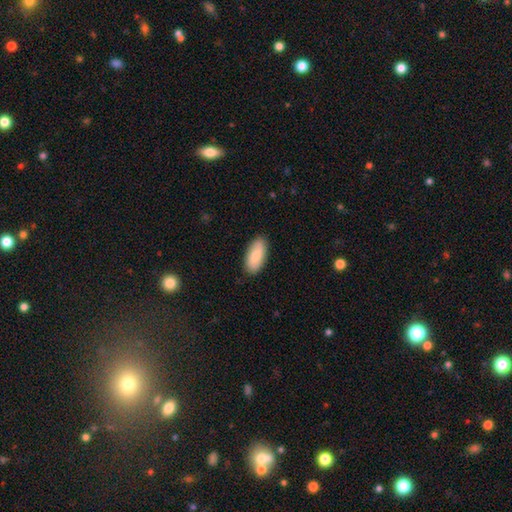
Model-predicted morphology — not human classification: Smooth or featured? Predicted: smooth (p=0.84). How rounded? Predicted: in between (p=0.89). Merging? Predicted: none (p=0.87).